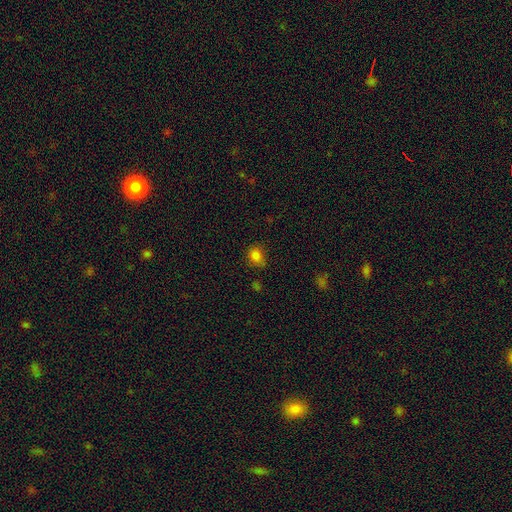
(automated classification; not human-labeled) Morphology: type=smooth (80%); roundness=round (57%); merging=none (70%).